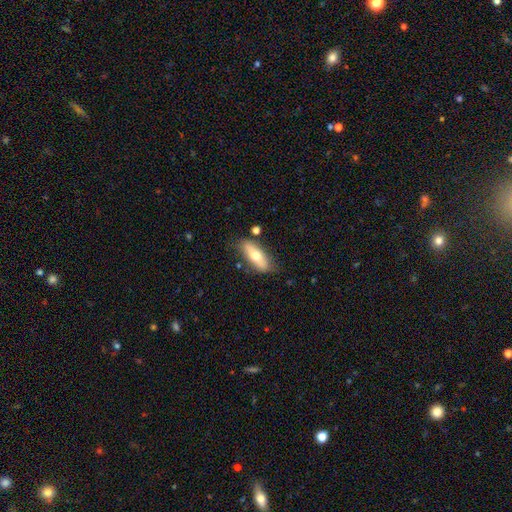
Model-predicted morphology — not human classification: Overall: smooth (61%; featured or disk 33%). How rounded: in between (66%; cigar-shaped 31%). Merging: none (77%).